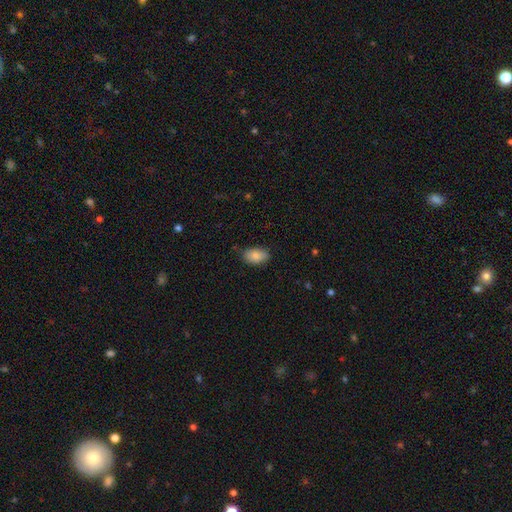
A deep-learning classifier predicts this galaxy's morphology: Smooth or featured? smooth (87%)
How rounded? in between (91%)
Merging? none (79%)